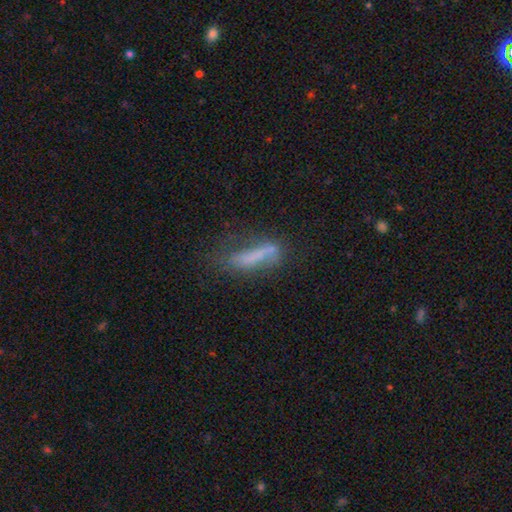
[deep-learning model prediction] Smooth or featured: smooth — 53% (featured or disk — 35%)
How rounded: cigar-shaped — 72% (in between — 25%)
Merging: none — 44% (minor disturbance — 25%)